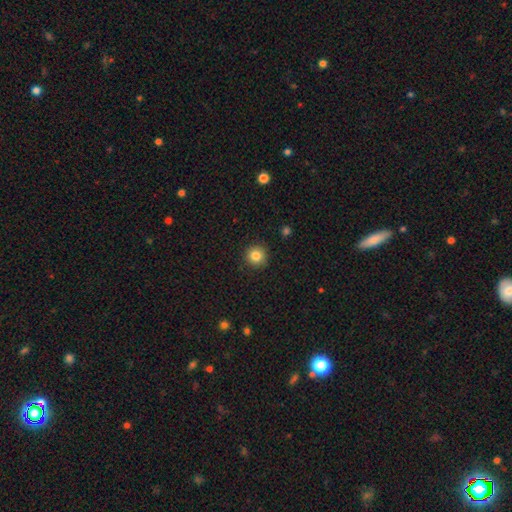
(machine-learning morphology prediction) smooth_or_featured: smooth (p=0.83) [alt: star or artifact p=0.11]
how_rounded: round (p=0.95) [alt: in between p=0.04]
merging: none (p=0.91) [alt: minor disturbance p=0.06]